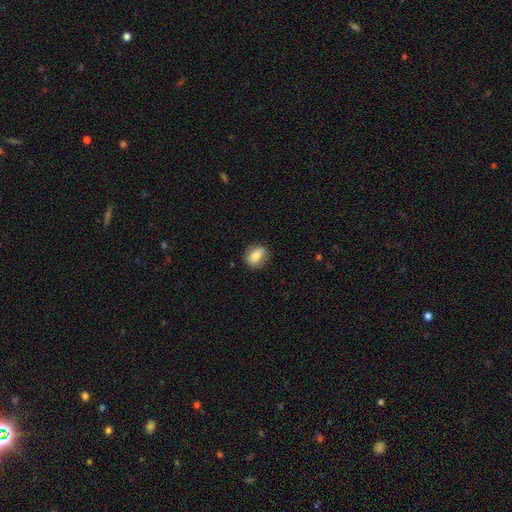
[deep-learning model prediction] smooth-or-featured: smooth: 77% | featured or disk: 15% | star or artifact: 8%
  how-rounded: in between: 50% | round: 48% | cigar-shaped: 2%
  merging: none: 81% | minor disturbance: 15% | major disturbance: 4% | merger: 1%